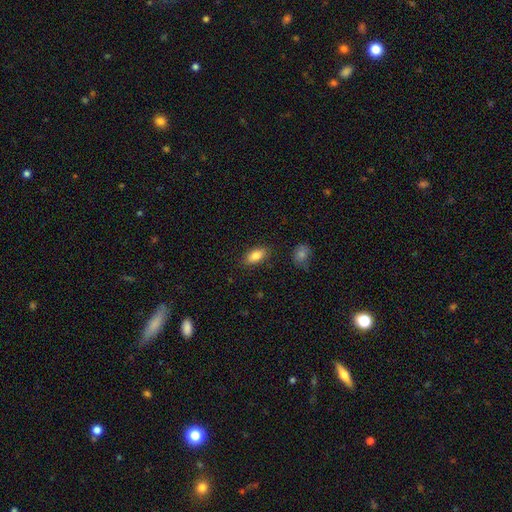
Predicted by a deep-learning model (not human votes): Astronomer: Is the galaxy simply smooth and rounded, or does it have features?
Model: smooth — 83%.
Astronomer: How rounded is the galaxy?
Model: in between — 87%.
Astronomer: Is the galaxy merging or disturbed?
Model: none — 84%.